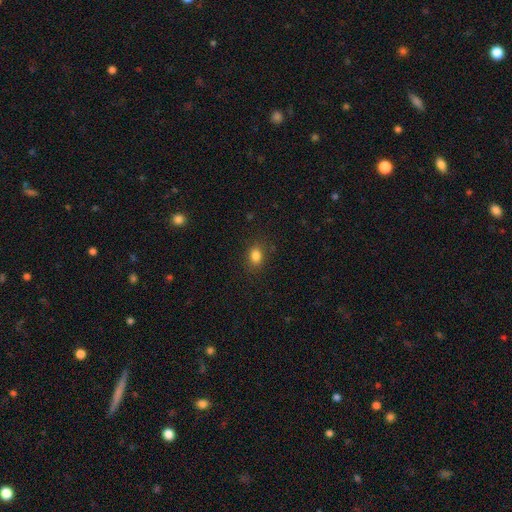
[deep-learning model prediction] Smooth or featured? Predicted: smooth (p=0.83). How rounded? Predicted: in between (p=0.73). Merging? Predicted: none (p=0.85).